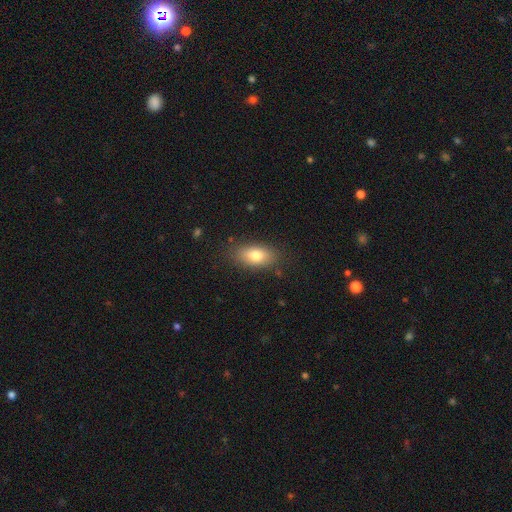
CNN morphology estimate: Smooth or featured? Predicted: smooth (p=0.79). How rounded? Predicted: in between (p=0.87). Merging? Predicted: none (p=0.83).